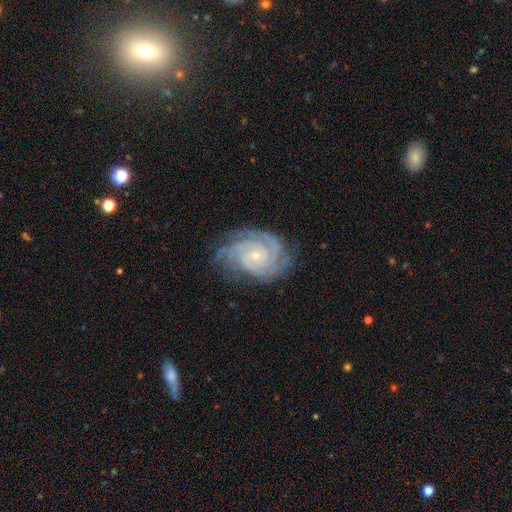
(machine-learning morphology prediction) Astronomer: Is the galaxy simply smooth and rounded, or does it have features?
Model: featured or disk — 92%.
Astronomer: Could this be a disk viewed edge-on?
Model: no — 98%.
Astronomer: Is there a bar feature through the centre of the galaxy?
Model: no — 70%.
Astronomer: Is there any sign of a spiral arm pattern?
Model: yes — 99%.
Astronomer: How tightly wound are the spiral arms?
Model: tight — 80%.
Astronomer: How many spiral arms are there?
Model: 3 — 33% (runner-up: 4, 24%).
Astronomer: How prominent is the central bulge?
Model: small — 80%.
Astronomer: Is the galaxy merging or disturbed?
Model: none — 76%.